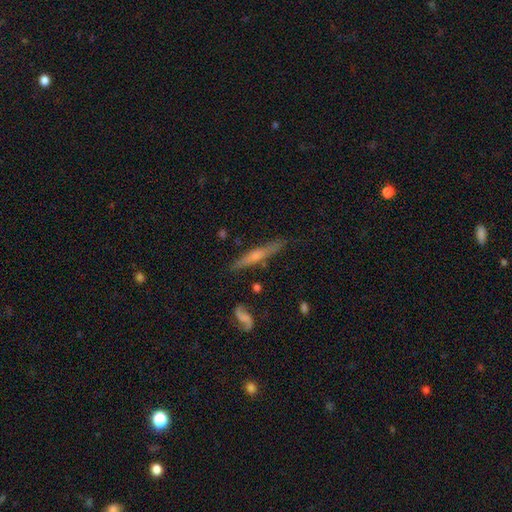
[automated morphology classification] Q: Smooth or featured?
A: featured or disk (60%); runner-up: smooth (33%)
Q: Edge-on disk?
A: yes (94%); runner-up: no (6%)
Q: Edge-on bulge?
A: rounded (63%); runner-up: none (28%)
Q: Merging?
A: none (82%); runner-up: minor disturbance (13%)